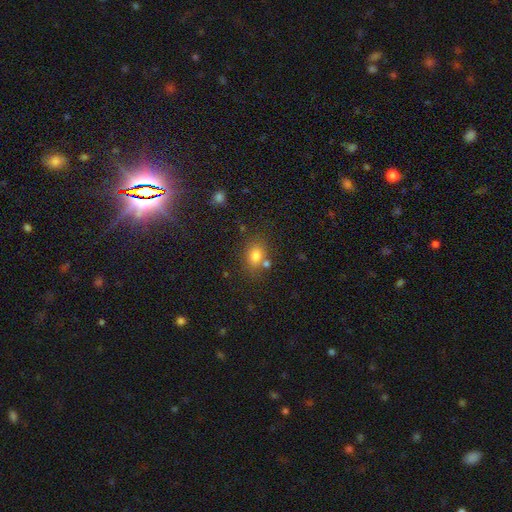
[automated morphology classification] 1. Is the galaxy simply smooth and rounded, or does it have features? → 79% smooth, 12% star or artifact, 9% featured or disk.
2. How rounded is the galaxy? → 58% in between, 41% round, 1% cigar-shaped.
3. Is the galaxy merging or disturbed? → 69% none, 14% minor disturbance, 13% merger, 4% major disturbance.